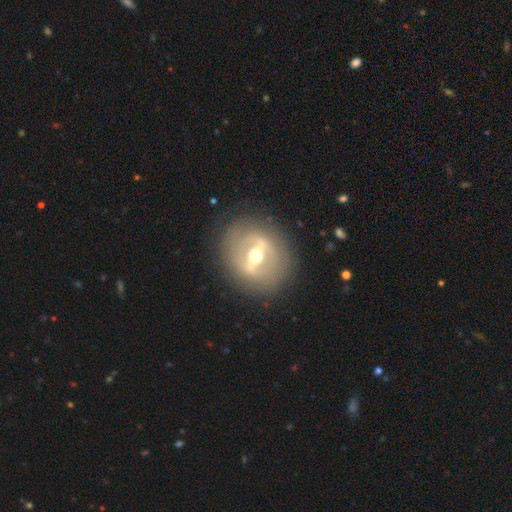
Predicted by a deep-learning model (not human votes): A featured or disk galaxy (82%) with a strong bar (78%), no spiral arms (68%) and a moderate central bulge (73%).

Vote fractions:
- Smooth or featured? featured or disk: 82% / smooth: 12% / star or artifact: 6%
- Edge-on disk? no: 84% / yes: 16%
- Bar? strong: 78% / weak: 16% / no: 6%
- Spiral arms? no: 68% / yes: 32%
- Bulge size? moderate: 73% / small: 17% / large: 8% / dominant: 1% / none: 1%
- Merging? none: 83% / minor disturbance: 10% / major disturbance: 5% / merger: 1%